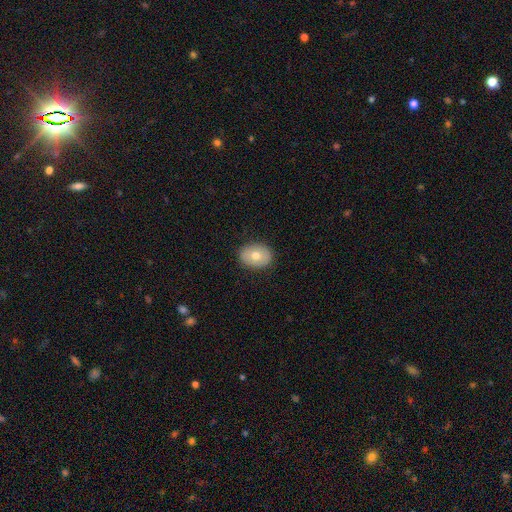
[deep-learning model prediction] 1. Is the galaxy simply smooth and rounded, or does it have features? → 71% smooth, 21% featured or disk, 8% star or artifact.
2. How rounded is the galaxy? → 61% in between, 38% round, 1% cigar-shaped.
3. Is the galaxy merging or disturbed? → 87% none, 10% minor disturbance, 2% major disturbance, 1% merger.